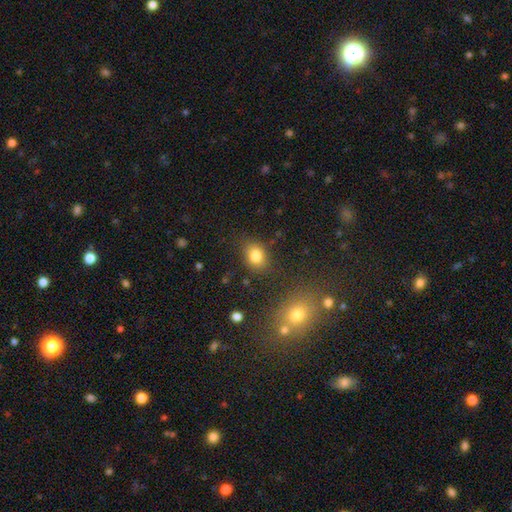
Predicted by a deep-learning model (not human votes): A smooth galaxy with no disk features (81%) that is in between round and cigar-shaped (63%). Merging: none (77%).